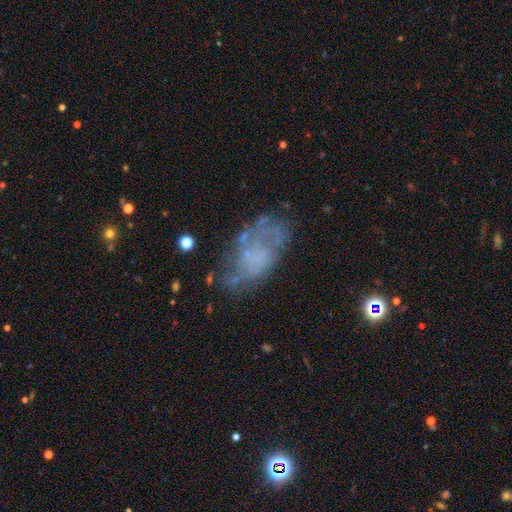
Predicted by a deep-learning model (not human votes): featured or disk 59%, smooth 27%, star or artifact 13%. Down the decision tree: edge-on disk — no (96%); bar — no (84%); spiral arms — no (54%); bulge size — none (73%); merging — none (53%).